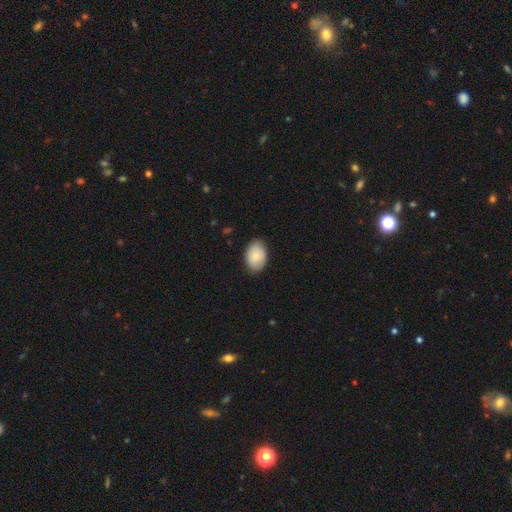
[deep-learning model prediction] smooth 81%, featured or disk 13%, star or artifact 6%. Down the decision tree: how rounded — in between (83%); merging — none (83%).